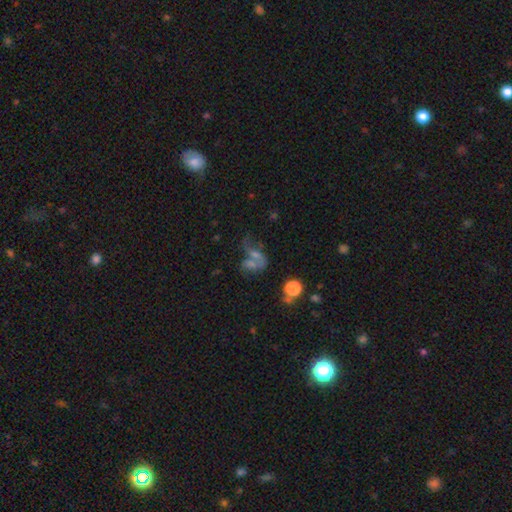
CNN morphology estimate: type=featured or disk (38%); merging=merger (41%).